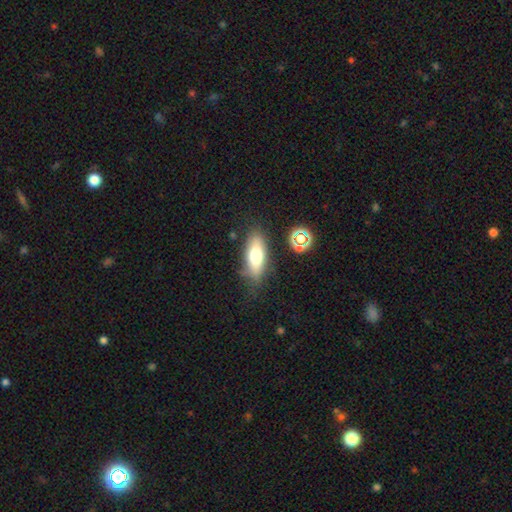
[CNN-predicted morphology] Overall: smooth (68%). How rounded: in between (71%). Merging: none (74%).